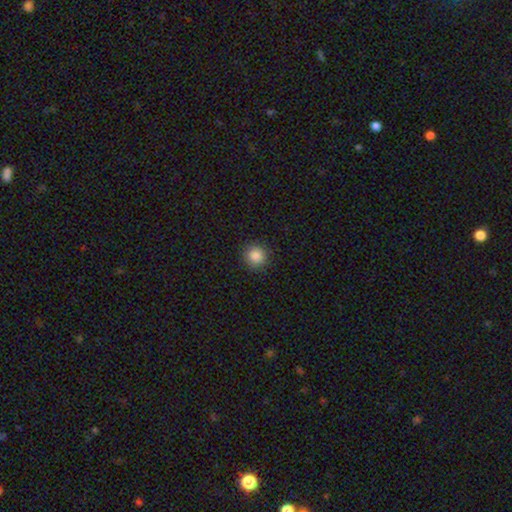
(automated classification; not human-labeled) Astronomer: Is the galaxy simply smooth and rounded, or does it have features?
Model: smooth — 86%.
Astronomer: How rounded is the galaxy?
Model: round — 94%.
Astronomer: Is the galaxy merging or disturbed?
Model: none — 91%.